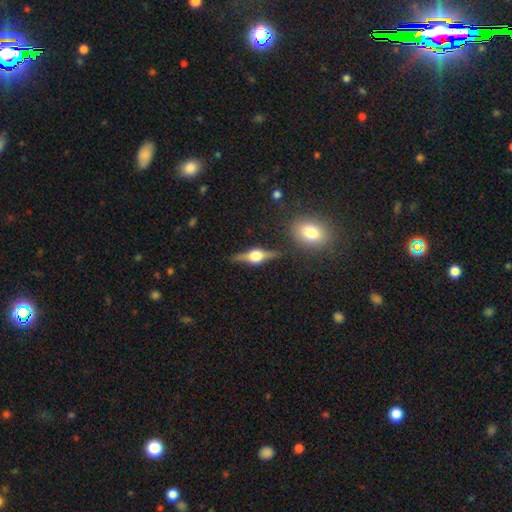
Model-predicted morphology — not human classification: A featured or disk galaxy (78%) viewed edge-on (96%) with a rounded central bulge (94%). Merging: none (83%).